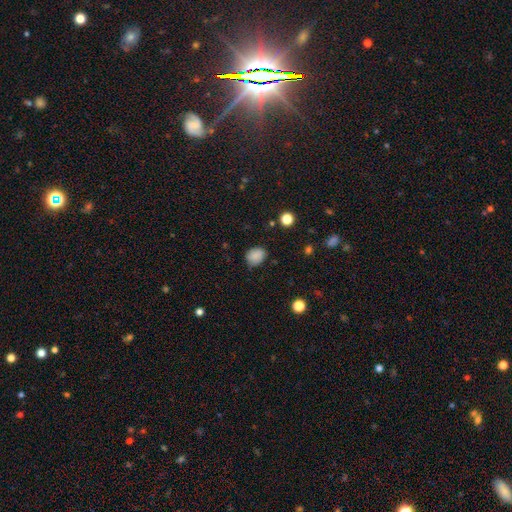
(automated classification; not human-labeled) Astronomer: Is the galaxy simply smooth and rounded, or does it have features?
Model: smooth — 86%.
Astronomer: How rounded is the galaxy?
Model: in between — 54% (runner-up: round, 45%).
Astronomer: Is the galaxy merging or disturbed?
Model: none — 73%.